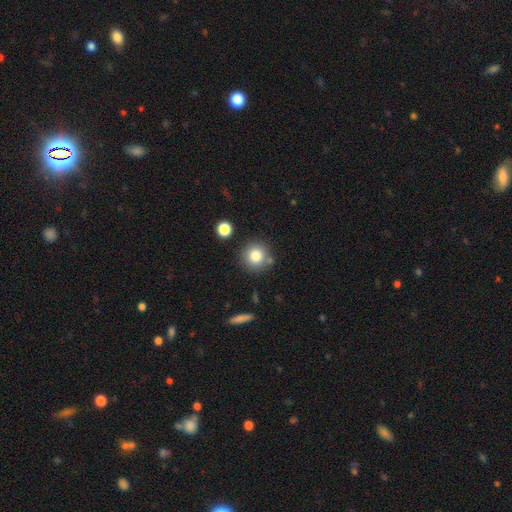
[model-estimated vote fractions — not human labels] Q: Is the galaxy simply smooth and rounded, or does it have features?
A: smooth — 81%.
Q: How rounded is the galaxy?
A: round — 92%.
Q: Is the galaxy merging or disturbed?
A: none — 79%.